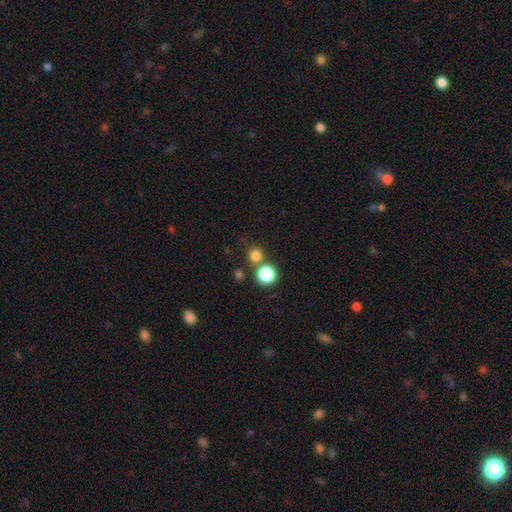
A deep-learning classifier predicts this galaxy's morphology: Smooth or featured? smooth (78%)
How rounded? round (92%)
Merging? none (68%)